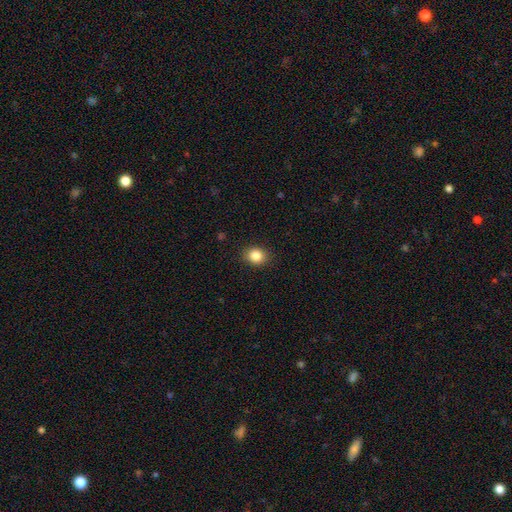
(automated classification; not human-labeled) Morphology: type=smooth (85%); roundness=round (65%); merging=none (89%).